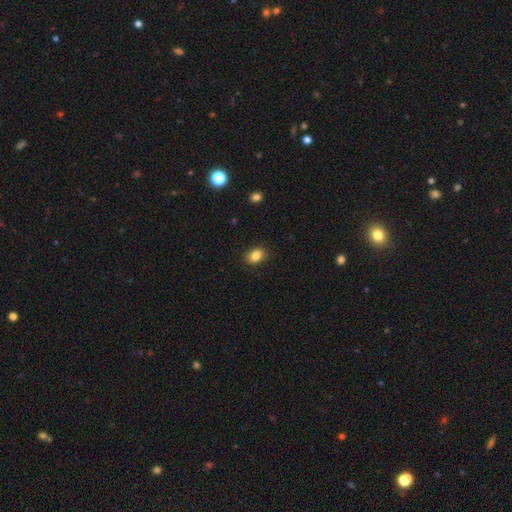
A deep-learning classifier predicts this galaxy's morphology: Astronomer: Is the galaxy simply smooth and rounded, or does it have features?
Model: smooth — 85%.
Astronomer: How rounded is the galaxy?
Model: in between — 72%.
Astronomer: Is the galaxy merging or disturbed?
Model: none — 88%.